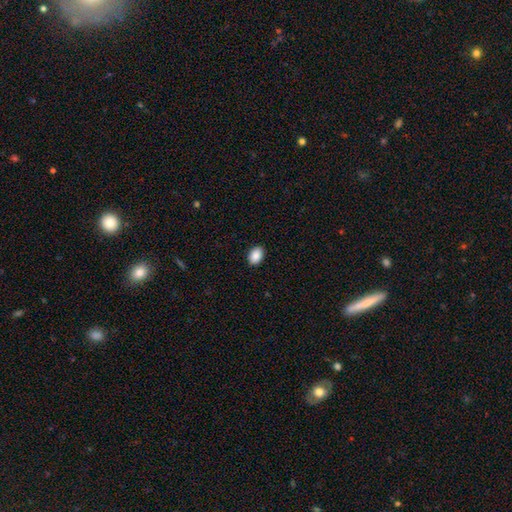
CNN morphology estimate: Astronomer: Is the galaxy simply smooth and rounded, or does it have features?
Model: smooth — 89%.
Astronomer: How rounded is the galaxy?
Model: in between — 83%.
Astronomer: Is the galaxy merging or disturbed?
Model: none — 90%.